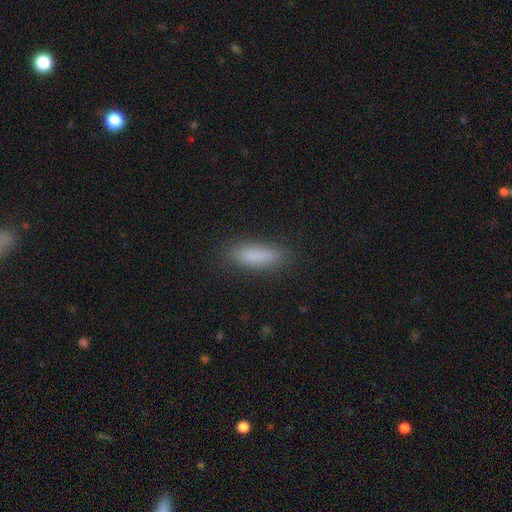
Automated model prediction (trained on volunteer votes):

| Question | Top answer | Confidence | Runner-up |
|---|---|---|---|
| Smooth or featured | smooth | 85% | star or artifact (8%) |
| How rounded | cigar-shaped | 49% | in between (48%) |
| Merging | none | 85% | minor disturbance (11%) |